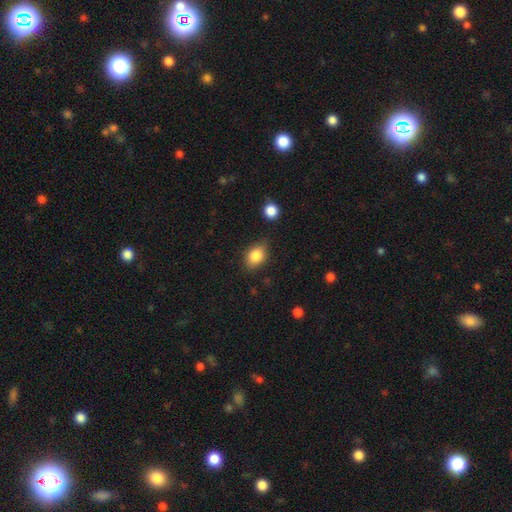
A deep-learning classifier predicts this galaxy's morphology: A smooth galaxy with no disk features (84%) that is in between round and cigar-shaped (70%).

Vote fractions:
- Smooth or featured? smooth: 84% / star or artifact: 9% / featured or disk: 7%
- How rounded? in between: 70% / round: 29% / cigar-shaped: 1%
- Merging? none: 77% / minor disturbance: 16% / major disturbance: 4% / merger: 3%